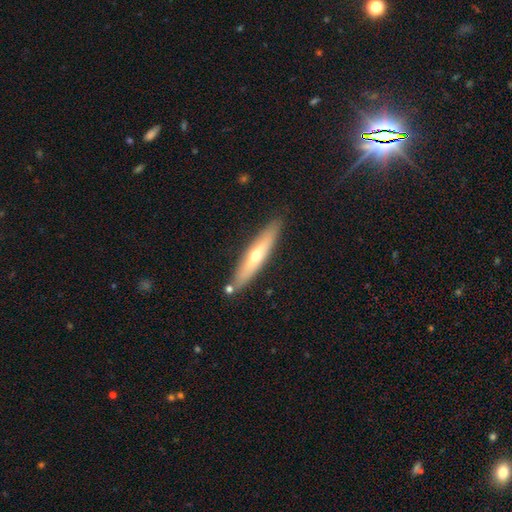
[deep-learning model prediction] Smooth or featured: featured or disk — 49% (smooth — 45%)
Merging: none — 84% (minor disturbance — 10%)